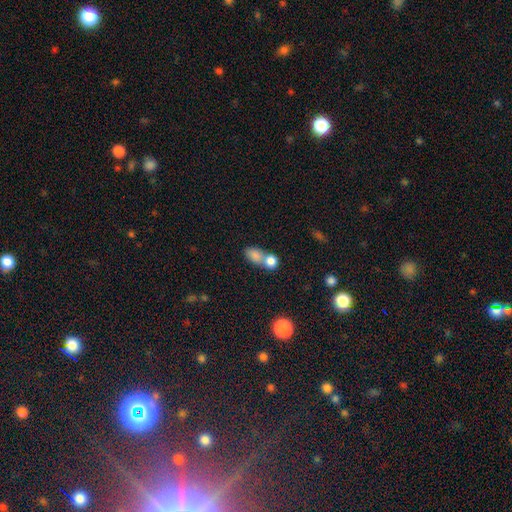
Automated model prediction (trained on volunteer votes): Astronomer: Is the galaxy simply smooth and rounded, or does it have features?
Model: smooth — 82%.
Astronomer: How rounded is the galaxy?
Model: in between — 68%.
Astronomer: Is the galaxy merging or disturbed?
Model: merger — 61%.